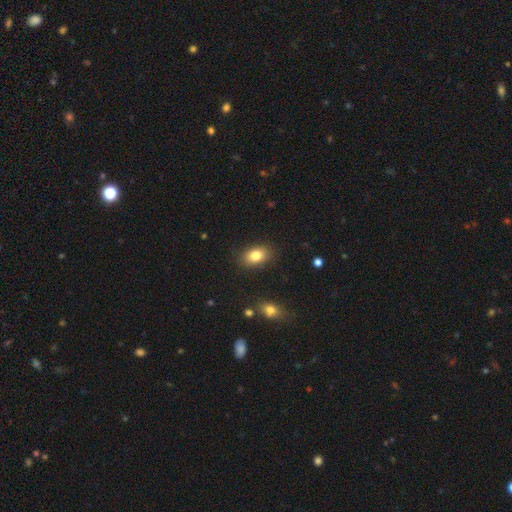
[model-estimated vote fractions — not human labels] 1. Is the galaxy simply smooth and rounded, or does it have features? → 82% smooth, 9% featured or disk, 9% star or artifact.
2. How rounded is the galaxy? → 84% in between, 15% round, 2% cigar-shaped.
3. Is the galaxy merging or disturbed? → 86% none, 10% minor disturbance, 3% major disturbance, 2% merger.